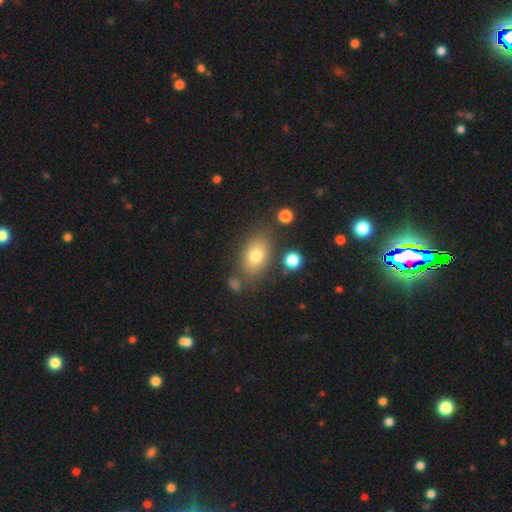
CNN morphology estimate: Smooth or featured?
  - smooth: 75% *
  - featured or disk: 15%
  - star or artifact: 11%
How rounded?
  - in between: 81% *
  - round: 18%
  - cigar-shaped: 2%
Merging?
  - none: 74% *
  - minor disturbance: 14%
  - merger: 7%
  - major disturbance: 5%